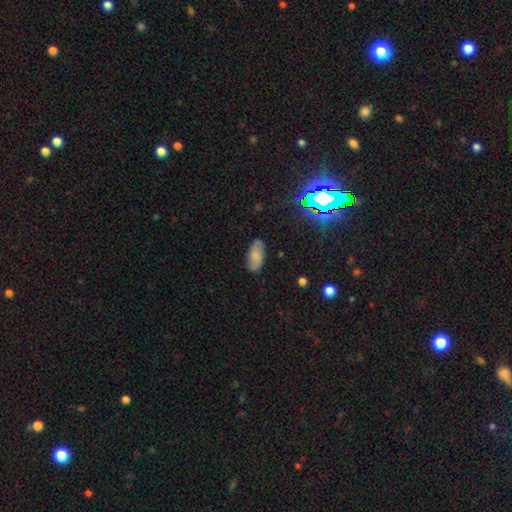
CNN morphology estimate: Smooth or featured?
  - smooth: 68% *
  - featured or disk: 22%
  - star or artifact: 10%
How rounded?
  - in between: 91% *
  - cigar-shaped: 6%
  - round: 3%
Merging?
  - none: 81% *
  - minor disturbance: 15%
  - major disturbance: 3%
  - merger: 1%